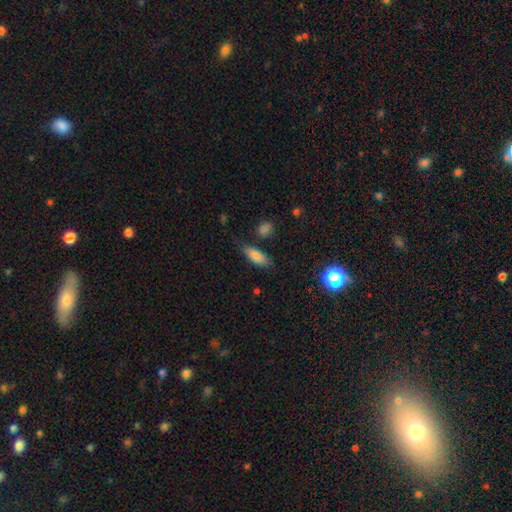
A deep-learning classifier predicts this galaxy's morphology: This is clearly a smooth galaxy (81%). How rounded: likely in between (68%). Merging: likely none (74%).